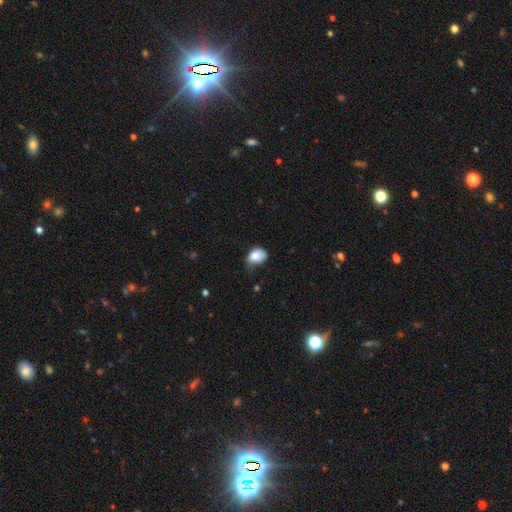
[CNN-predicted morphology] A smooth galaxy with no disk features (81%) that is in between round and cigar-shaped (66%). Merging: minor disturbance (46%).